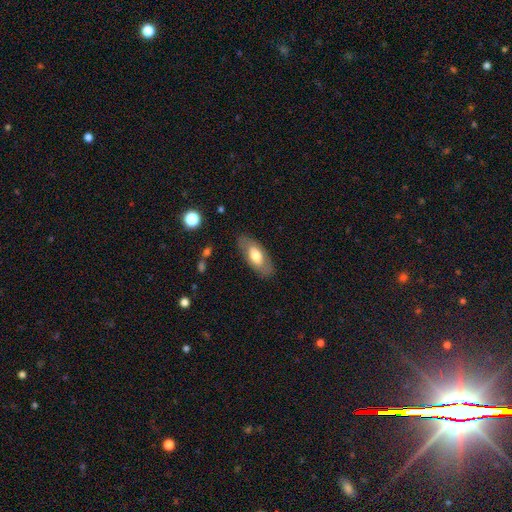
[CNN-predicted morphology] This is likely a smooth galaxy (62%). How rounded: clearly in between (86%). Merging: clearly none (81%).